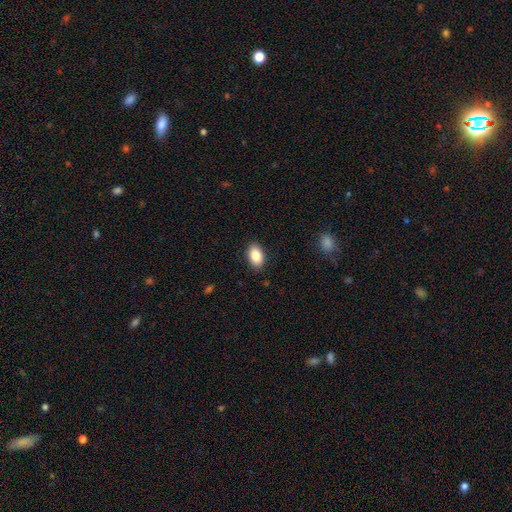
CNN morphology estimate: The model was most divided on "smooth or featured": smooth: 87%, star or artifact: 7%, featured or disk: 6%. More confident: how rounded — in between (91%); merging — none (88%).